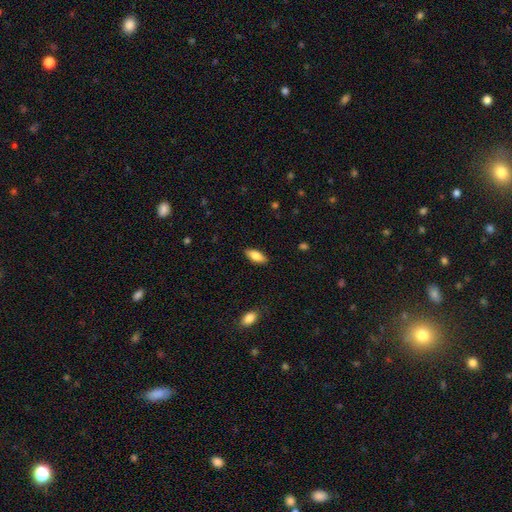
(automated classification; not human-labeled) The model was most divided on "smooth or featured": smooth: 79%, featured or disk: 15%, star or artifact: 6%. More confident: merging — none (87%); how rounded — in between (82%).